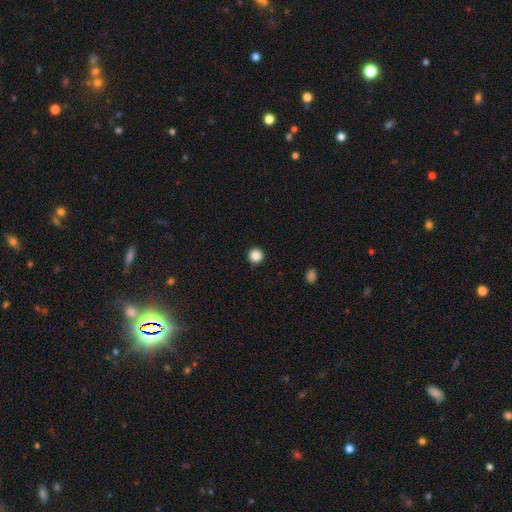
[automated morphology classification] This appears to be a smooth galaxy with no disk features (87%) that is round (96%). Merging: none (93%).